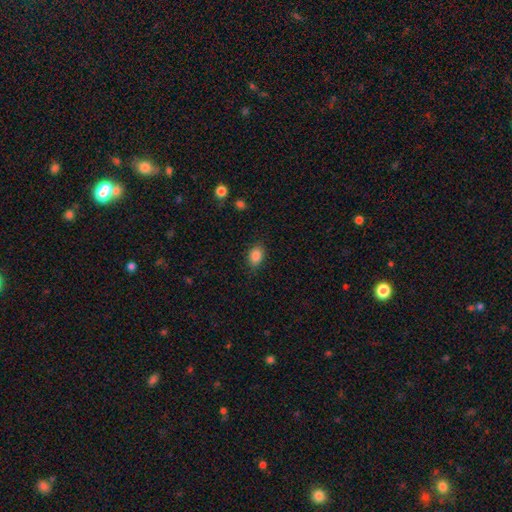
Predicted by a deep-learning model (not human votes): Smooth or featured: smooth — 86% (star or artifact — 9%)
How rounded: in between — 80% (round — 19%)
Merging: none — 83% (minor disturbance — 13%)